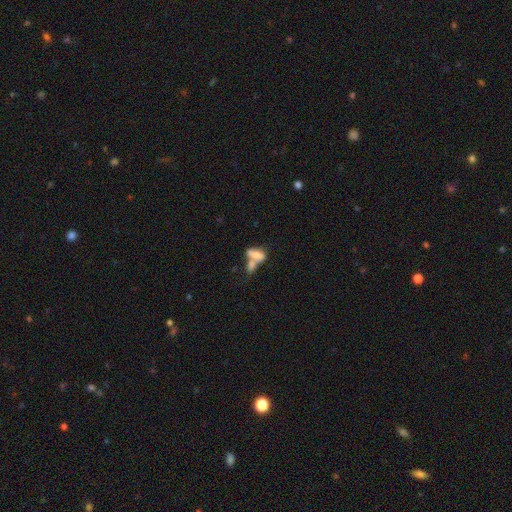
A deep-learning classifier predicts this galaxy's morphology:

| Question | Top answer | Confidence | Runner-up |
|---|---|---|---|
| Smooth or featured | smooth | 63% | featured or disk (27%) |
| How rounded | in between | 84% | round (8%) |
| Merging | merger | 67% | none (17%) |